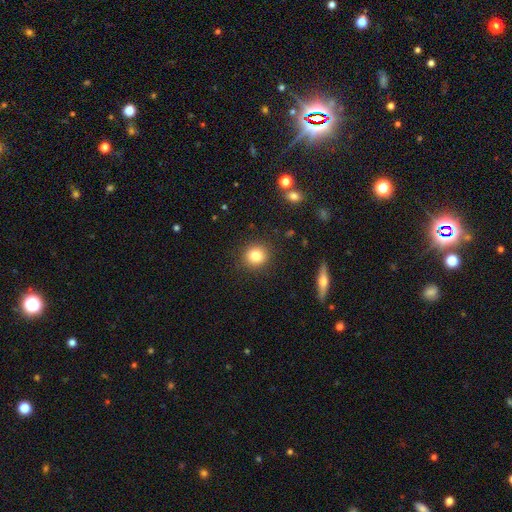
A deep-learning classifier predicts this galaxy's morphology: Smooth or featured? smooth (82%)
How rounded? round (87%)
Merging? none (89%)